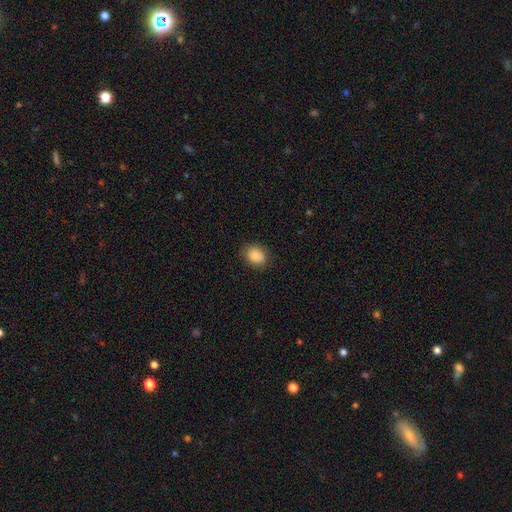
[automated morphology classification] smooth_or_featured: smooth (p=0.85) [alt: star or artifact p=0.08]
how_rounded: round (p=0.53) [alt: in between p=0.46]
merging: none (p=0.84) [alt: minor disturbance p=0.12]